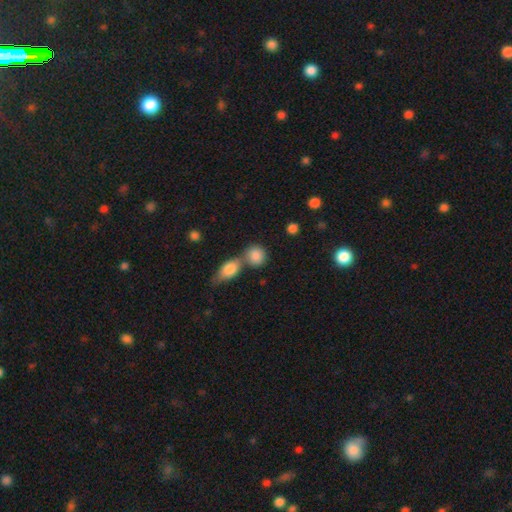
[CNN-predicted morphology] Overall: smooth (86%). How rounded: round (74%). Merging: none (46%; merger 42%).